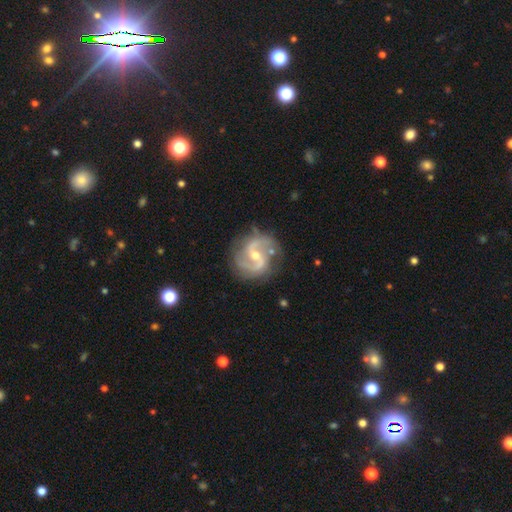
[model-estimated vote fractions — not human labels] A featured or disk galaxy (90%) with a weak bar (45%), 2 (91%) medium (55%) spiral arms (97%) and a small central bulge (52%). Merging: none (81%).